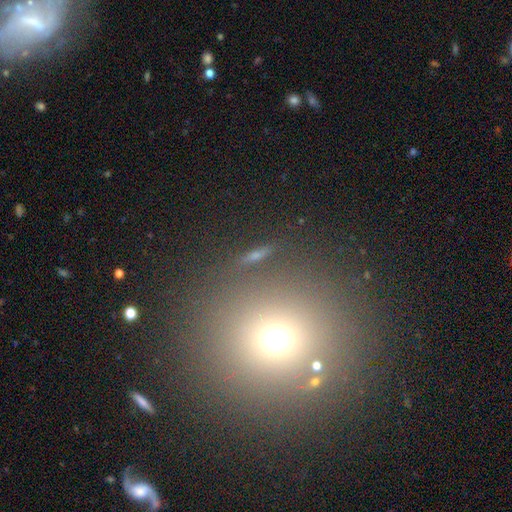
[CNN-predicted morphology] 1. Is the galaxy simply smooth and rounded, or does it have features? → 42% smooth, 31% star or artifact, 26% featured or disk.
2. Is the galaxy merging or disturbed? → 84% none, 8% minor disturbance, 4% merger, 4% major disturbance.